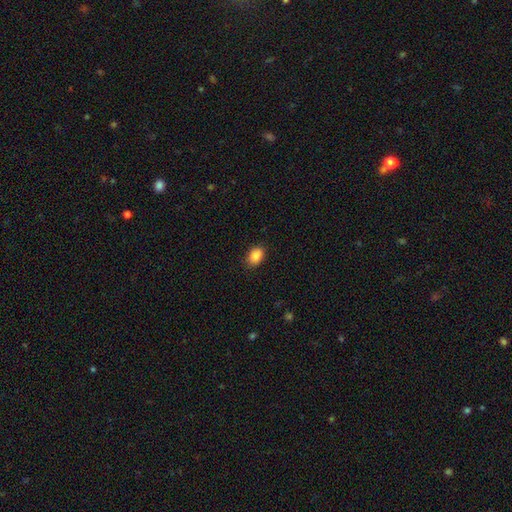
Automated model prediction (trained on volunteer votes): Smooth or featured? Predicted: smooth (p=0.89). How rounded? Predicted: in between (p=0.80). Merging? Predicted: none (p=0.87).